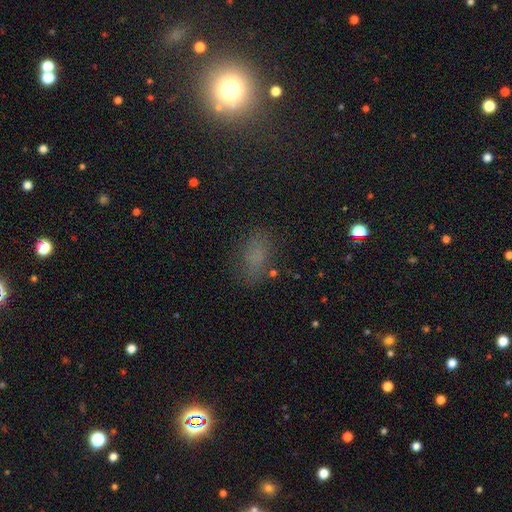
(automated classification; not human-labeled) Overall: smooth (66%). How rounded: in between (85%). Merging: none (70%).